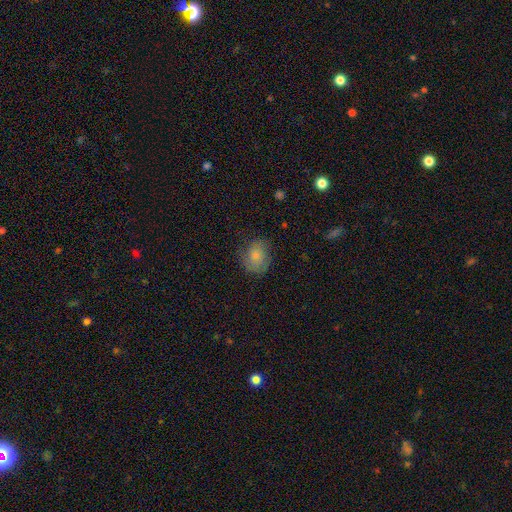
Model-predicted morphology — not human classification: Overall: smooth (66%). How rounded: round (62%; in between 37%). Merging: none (72%).